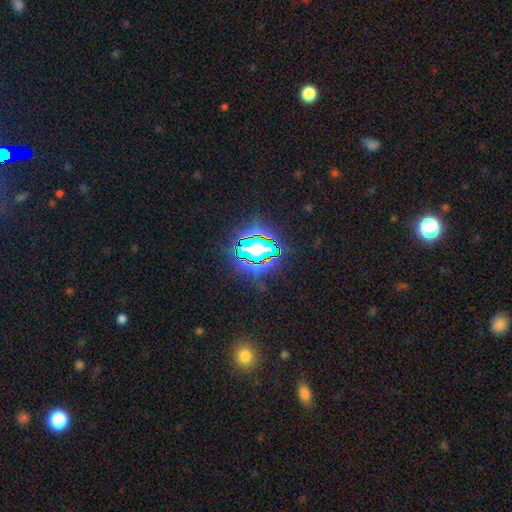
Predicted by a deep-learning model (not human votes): smooth_or_featured: star or artifact (p=0.77) [alt: smooth p=0.13]